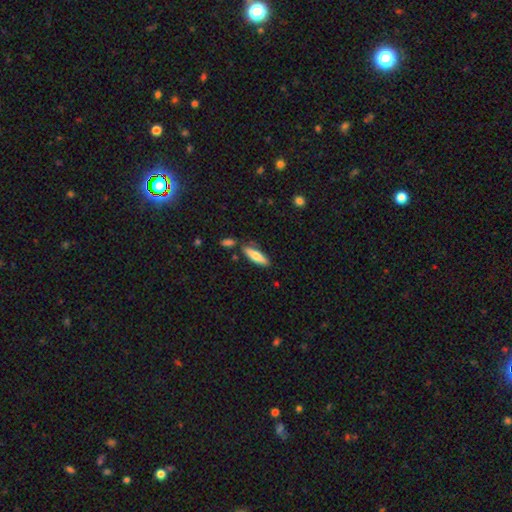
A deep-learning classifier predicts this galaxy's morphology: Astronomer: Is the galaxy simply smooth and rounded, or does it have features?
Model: smooth — 74%.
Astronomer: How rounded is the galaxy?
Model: cigar-shaped — 53% (runner-up: in between, 45%).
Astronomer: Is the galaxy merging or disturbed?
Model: none — 76%.